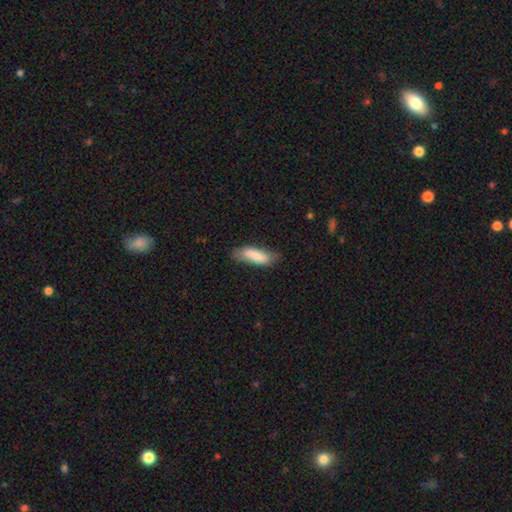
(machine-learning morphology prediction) Smooth or featured?
  - smooth: 78% *
  - featured or disk: 16%
  - star or artifact: 6%
How rounded?
  - in between: 59% *
  - cigar-shaped: 40%
  - round: 2%
Merging?
  - none: 66% *
  - minor disturbance: 26%
  - major disturbance: 6%
  - merger: 2%